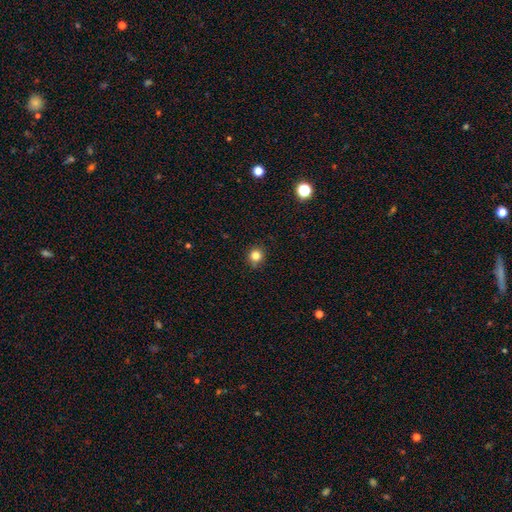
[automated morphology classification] Smooth or featured?
  - smooth: 82% *
  - star or artifact: 13%
  - featured or disk: 5%
How rounded?
  - round: 91% *
  - in between: 8%
  - cigar-shaped: 1%
Merging?
  - none: 87% *
  - minor disturbance: 10%
  - major disturbance: 2%
  - merger: 2%